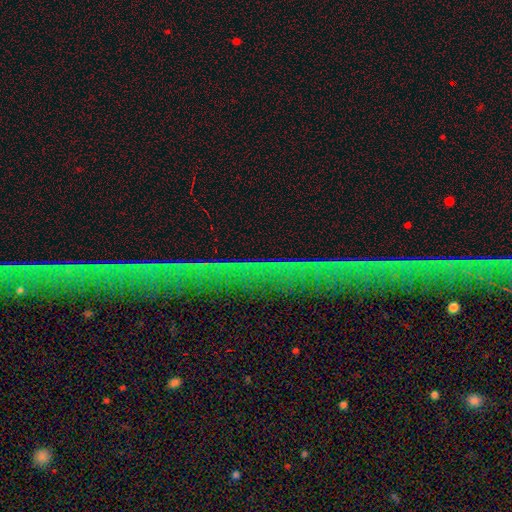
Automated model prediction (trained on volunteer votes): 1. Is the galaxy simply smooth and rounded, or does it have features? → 76% star or artifact, 14% featured or disk, 10% smooth.